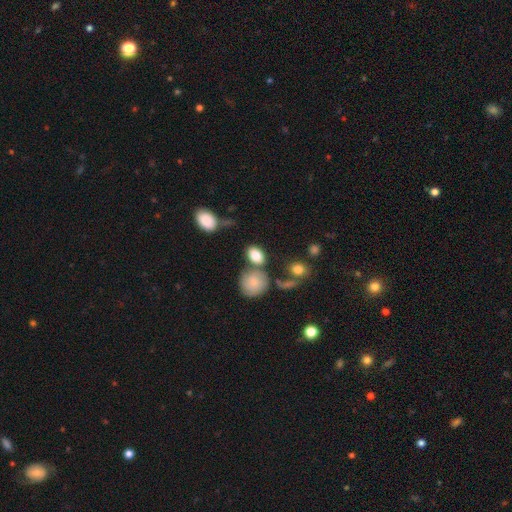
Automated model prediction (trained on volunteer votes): smooth_or_featured: smooth (p=0.82) [alt: featured or disk p=0.10]
how_rounded: in between (p=0.81) [alt: round p=0.17]
merging: none (p=0.59) [alt: merger p=0.20]